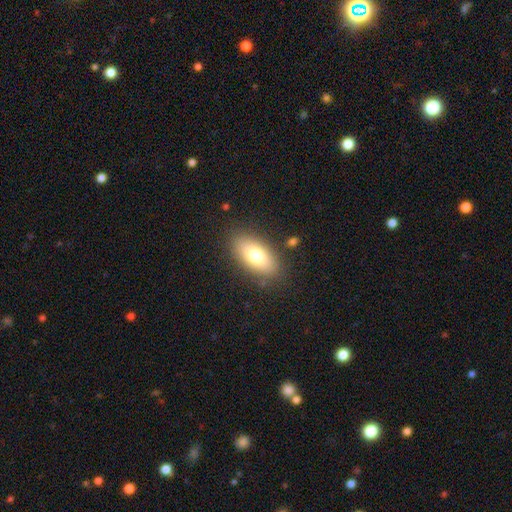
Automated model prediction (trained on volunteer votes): This is likely a smooth galaxy (74%). How rounded: clearly in between (89%). Merging: clearly none (83%).